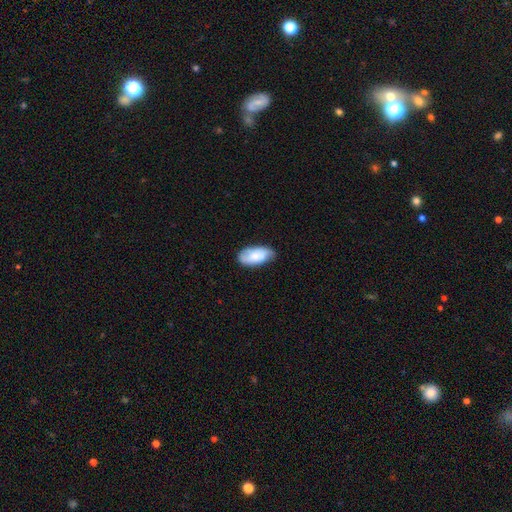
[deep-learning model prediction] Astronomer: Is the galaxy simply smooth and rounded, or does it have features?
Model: smooth — 75%.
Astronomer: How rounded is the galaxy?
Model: in between — 93%.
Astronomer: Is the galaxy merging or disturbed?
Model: none — 71%.